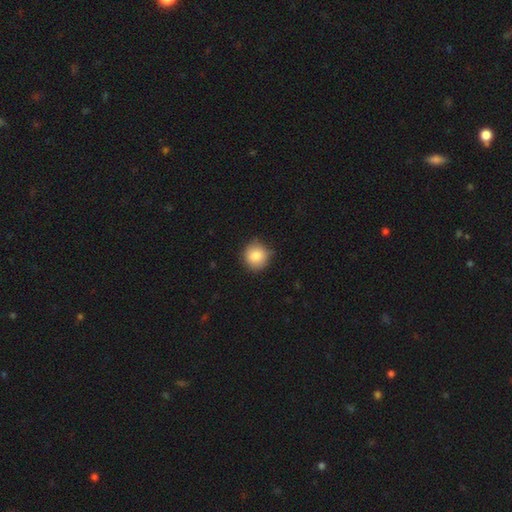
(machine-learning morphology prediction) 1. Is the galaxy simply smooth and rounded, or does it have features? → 84% smooth, 9% star or artifact, 7% featured or disk.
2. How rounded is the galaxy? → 92% round, 7% in between, 1% cigar-shaped.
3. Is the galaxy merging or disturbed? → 81% none, 15% minor disturbance, 3% major disturbance, 1% merger.